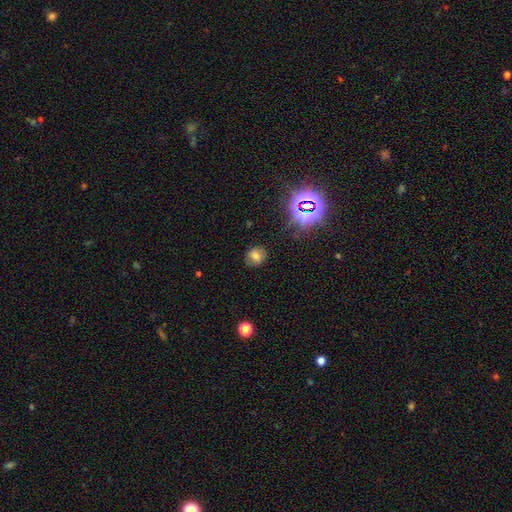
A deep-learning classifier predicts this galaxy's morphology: This is likely a smooth galaxy (63%). How rounded: likely round (69%). Merging: clearly none (82%).